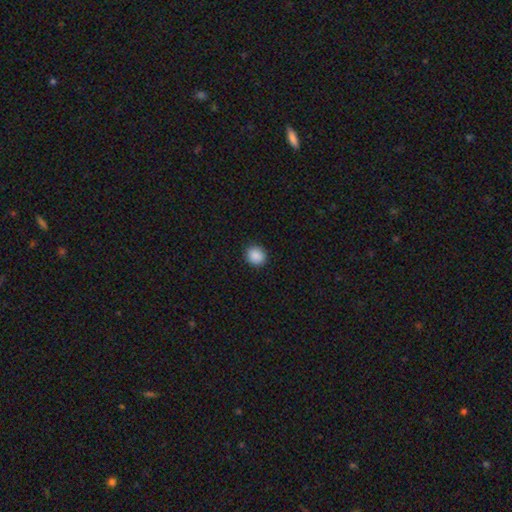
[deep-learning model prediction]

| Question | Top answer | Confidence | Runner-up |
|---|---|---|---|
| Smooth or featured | smooth | 89% | star or artifact (8%) |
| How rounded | round | 83% | in between (16%) |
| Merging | none | 91% | minor disturbance (6%) |